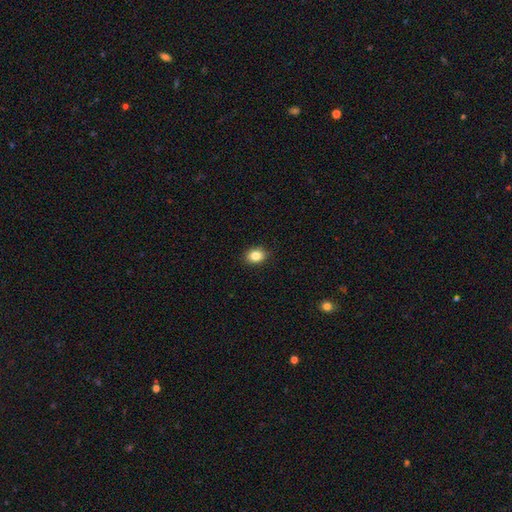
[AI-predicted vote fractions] smooth-or-featured: smooth: 85% | star or artifact: 10% | featured or disk: 6%
  how-rounded: in between: 55% | round: 44% | cigar-shaped: 1%
  merging: none: 89% | minor disturbance: 8% | major disturbance: 2% | merger: 1%